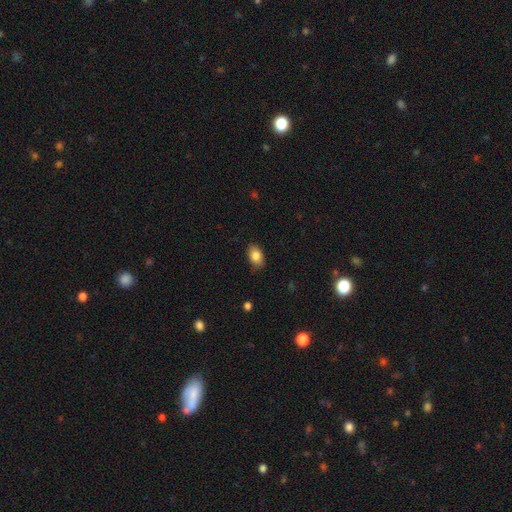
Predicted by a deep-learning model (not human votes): The model was most divided on "merging": none: 85%, minor disturbance: 11%, major disturbance: 2%, merger: 1%. More confident: how rounded — in between (87%); smooth or featured — smooth (85%).